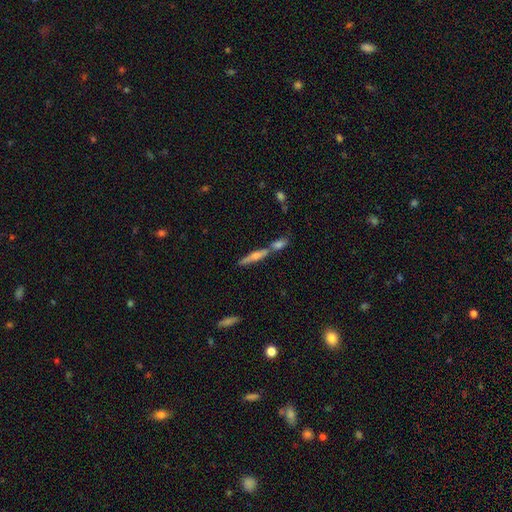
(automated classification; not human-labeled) The model was most divided on "smooth or featured": featured or disk: 56%, smooth: 35%, star or artifact: 10%. More confident: edge-on disk — yes (91%); edge-on bulge — rounded (71%); merging — none (55%).